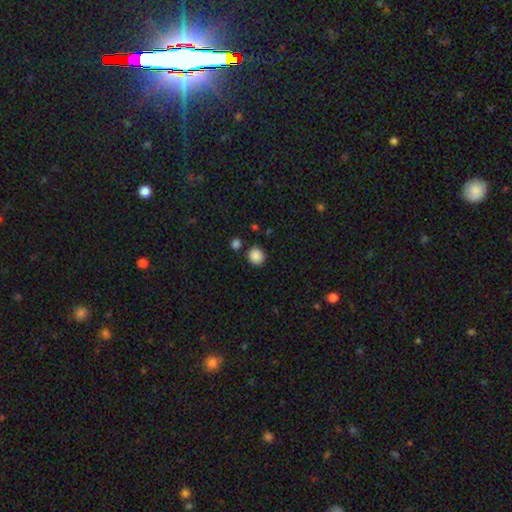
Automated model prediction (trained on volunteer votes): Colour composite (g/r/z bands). It shows a smooth galaxy with no disk features (88%) that is round (76%). Merging: none (83%).